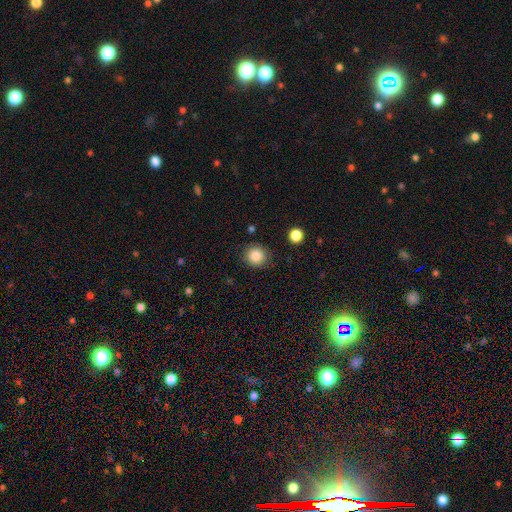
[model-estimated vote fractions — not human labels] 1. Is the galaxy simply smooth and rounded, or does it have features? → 86% smooth, 10% star or artifact, 5% featured or disk.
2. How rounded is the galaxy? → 92% round, 7% in between, 1% cigar-shaped.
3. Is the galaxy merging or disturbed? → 87% none, 8% minor disturbance, 3% major disturbance, 2% merger.